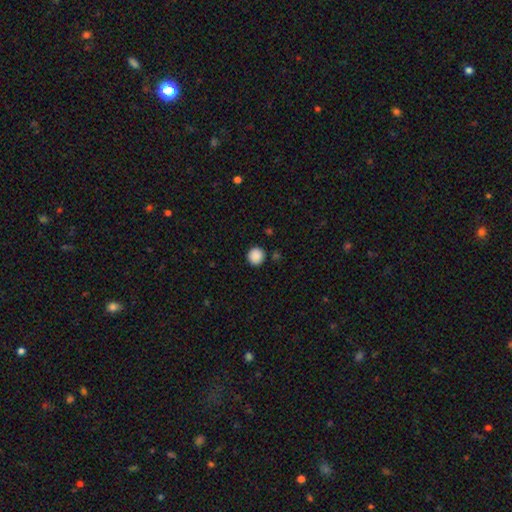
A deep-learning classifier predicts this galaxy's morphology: This appears to be a smooth galaxy with no disk features (89%) that is round (94%). Merging: none (91%).